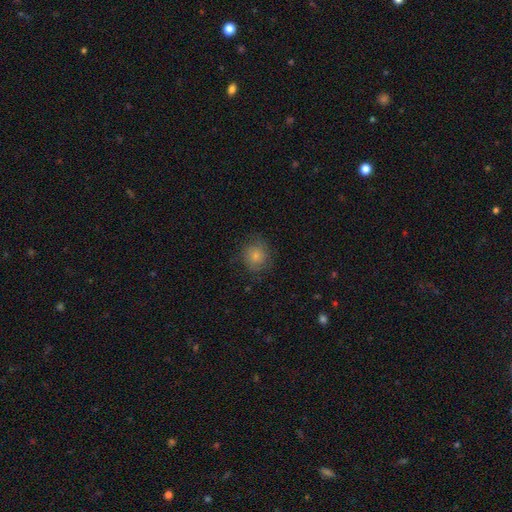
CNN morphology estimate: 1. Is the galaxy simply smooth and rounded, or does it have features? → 81% smooth, 10% featured or disk, 9% star or artifact.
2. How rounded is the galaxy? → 85% round, 14% in between, 1% cigar-shaped.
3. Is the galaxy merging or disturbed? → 78% none, 16% minor disturbance, 5% major disturbance, 1% merger.